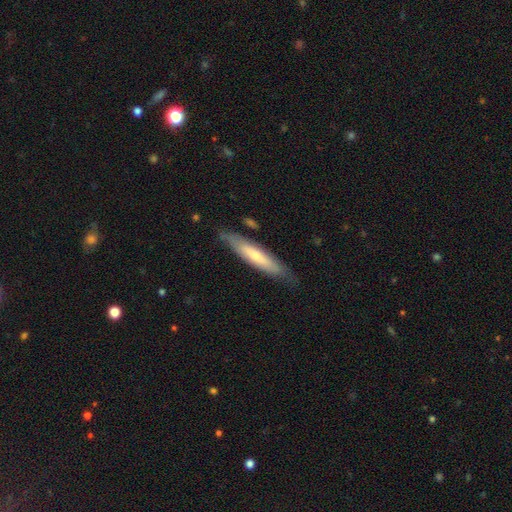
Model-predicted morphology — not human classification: Smooth or featured? smooth (53%)
How rounded? cigar-shaped (84%)
Merging? none (78%)